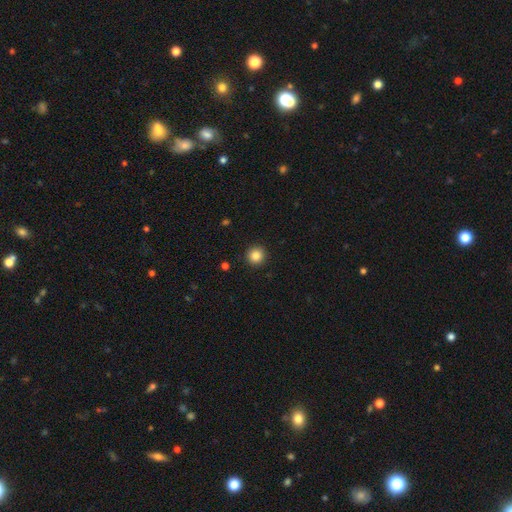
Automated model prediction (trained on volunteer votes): This appears to be a smooth galaxy with no disk features (85%) that is round (95%). Merging: none (92%).